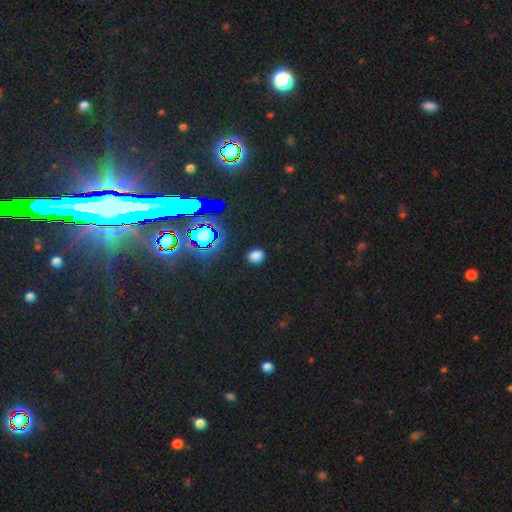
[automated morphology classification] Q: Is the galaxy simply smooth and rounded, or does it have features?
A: smooth — 71%.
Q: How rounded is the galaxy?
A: round — 57%.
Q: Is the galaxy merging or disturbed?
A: none — 89%.